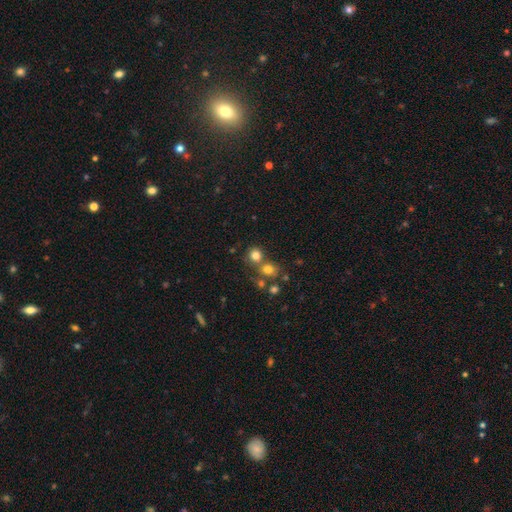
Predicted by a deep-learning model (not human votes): This is likely a smooth galaxy (76%). How rounded: clearly round (84%). Merging: possibly none (55%).